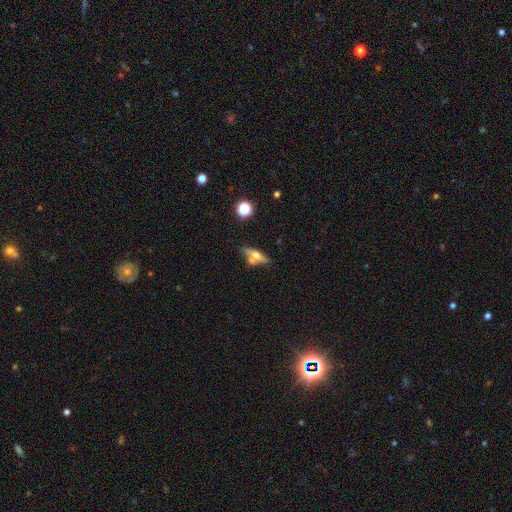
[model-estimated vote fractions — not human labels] smooth_or_featured: featured or disk (p=0.53) [alt: smooth p=0.39]
disk_edge_on: yes (p=0.84) [alt: no p=0.16]
merging: none (p=0.57) [alt: merger p=0.23]